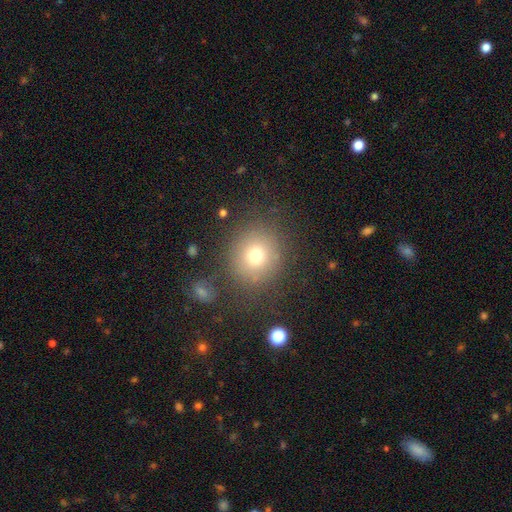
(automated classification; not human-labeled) A smooth galaxy with no disk features (72%) that is round (88%).

Vote fractions:
- Smooth or featured? smooth: 72% / star or artifact: 15% / featured or disk: 12%
- How rounded? round: 88% / in between: 11% / cigar-shaped: 1%
- Merging? none: 80% / minor disturbance: 11% / major disturbance: 6% / merger: 4%